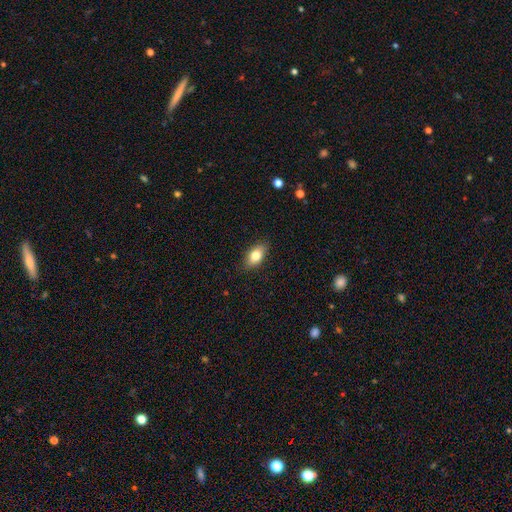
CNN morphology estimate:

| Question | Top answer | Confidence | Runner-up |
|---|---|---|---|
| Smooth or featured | smooth | 80% | featured or disk (13%) |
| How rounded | in between | 88% | round (6%) |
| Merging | none | 87% | minor disturbance (10%) |